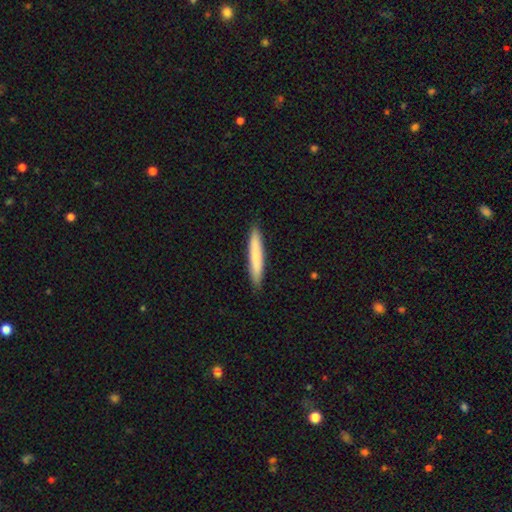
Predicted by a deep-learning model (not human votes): Q: Smooth or featured?
A: smooth (73%); runner-up: featured or disk (22%)
Q: How rounded?
A: cigar-shaped (94%); runner-up: in between (5%)
Q: Merging?
A: none (90%); runner-up: minor disturbance (7%)